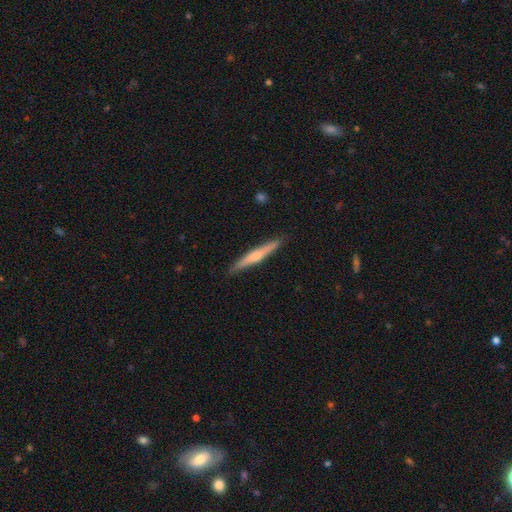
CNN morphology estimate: smooth-or-featured: featured or disk: 50% | smooth: 44% | star or artifact: 5%
  disk-edge-on: yes: 96% | no: 4%
  merging: none: 90% | minor disturbance: 8% | major disturbance: 1% | merger: 1%